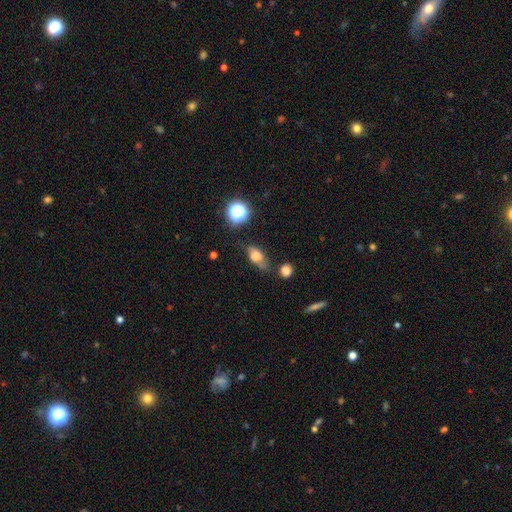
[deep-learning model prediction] Morphology: type=smooth (68%); roundness=in between (76%); merging=none (52%).